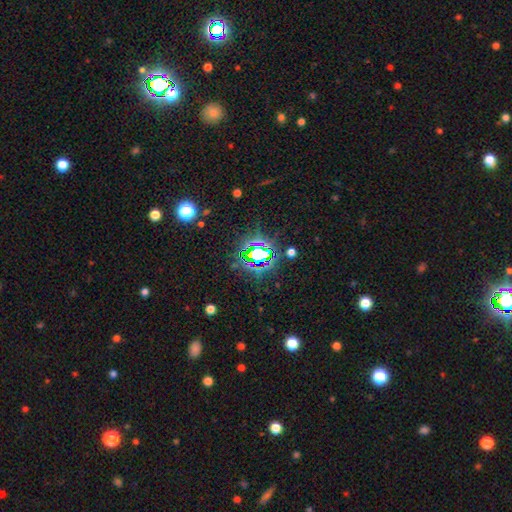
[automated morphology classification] Overall: star or artifact (73%).